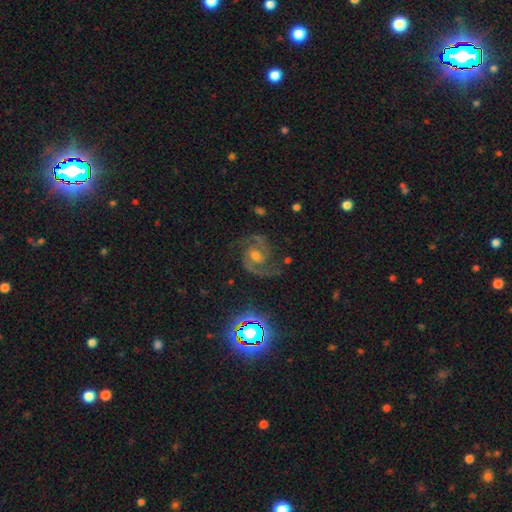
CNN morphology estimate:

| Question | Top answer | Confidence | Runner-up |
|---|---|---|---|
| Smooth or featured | featured or disk | 86% | star or artifact (10%) |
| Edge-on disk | no | 98% | yes (2%) |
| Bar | no | 43% | tied: weak (43%) |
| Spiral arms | yes | 98% | no (2%) |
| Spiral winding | medium | 62% | tight (26%) |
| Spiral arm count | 2 | 92% | 3 (2%) |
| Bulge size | moderate | 61% | small (28%) |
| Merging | none | 80% | minor disturbance (13%) |